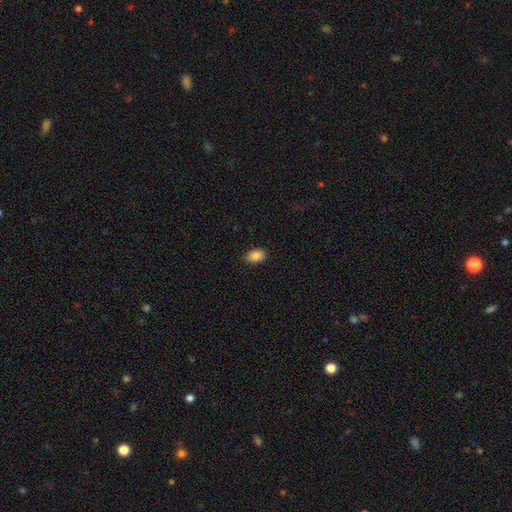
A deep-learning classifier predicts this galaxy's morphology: smooth-or-featured: smooth: 87% | star or artifact: 8% | featured or disk: 5%
  how-rounded: in between: 90% | round: 9% | cigar-shaped: 1%
  merging: none: 89% | minor disturbance: 8% | major disturbance: 2% | merger: 1%